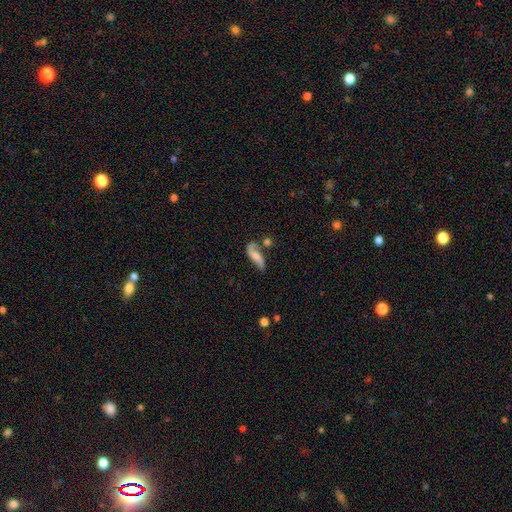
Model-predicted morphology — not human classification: Smooth or featured? featured or disk (57%)
Edge-on disk? no (85%)
Merging? none (43%)